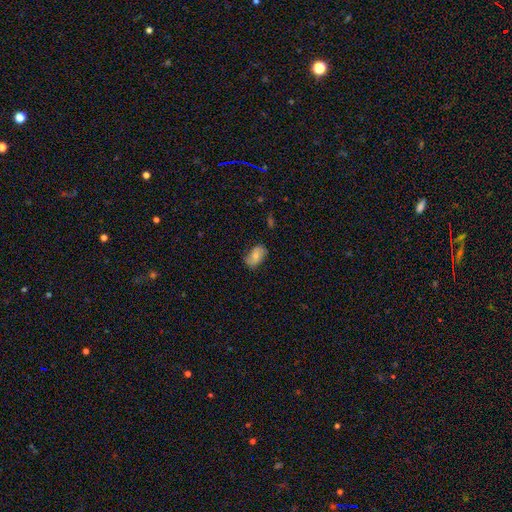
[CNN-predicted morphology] type=smooth (66%); roundness=in between (91%); merging=none (73%).